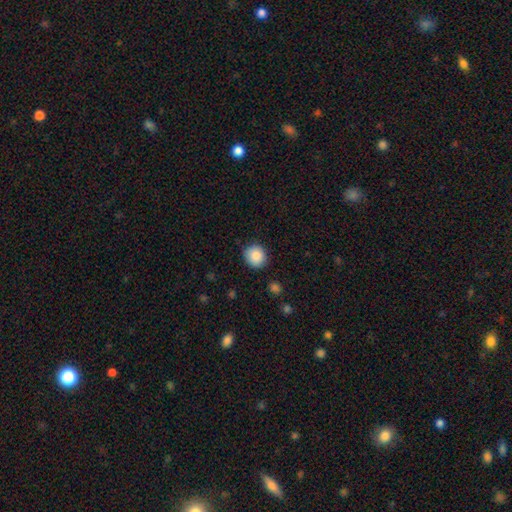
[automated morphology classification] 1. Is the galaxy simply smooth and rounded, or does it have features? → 86% smooth, 8% star or artifact, 5% featured or disk.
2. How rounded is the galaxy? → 88% round, 11% in between, 1% cigar-shaped.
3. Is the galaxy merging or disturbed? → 87% none, 9% minor disturbance, 2% major disturbance, 1% merger.